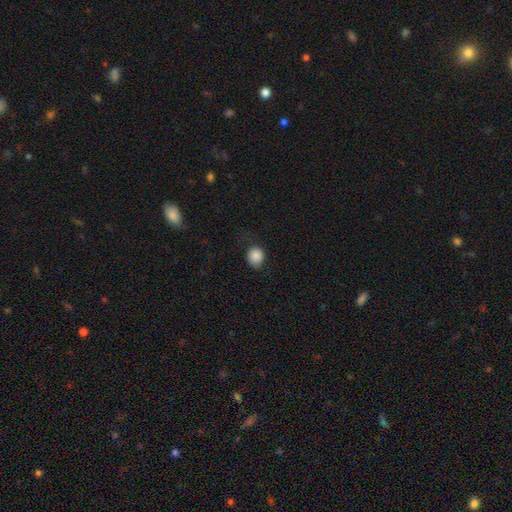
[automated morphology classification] type=smooth (86%); roundness=round (72%); merging=none (69%).